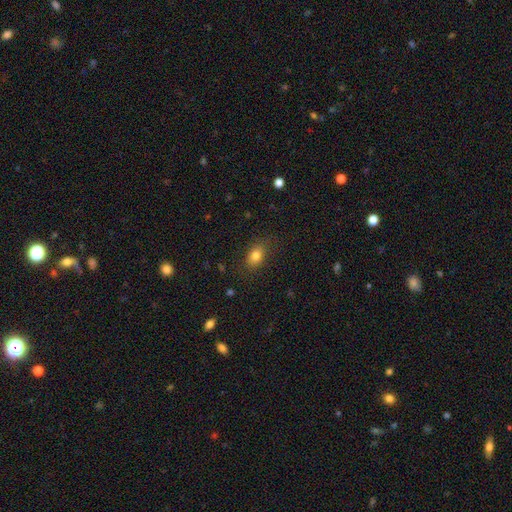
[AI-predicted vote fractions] The model was most divided on "how rounded": in between: 75%, round: 23%, cigar-shaped: 2%. More confident: merging — none (82%); smooth or featured — smooth (81%).